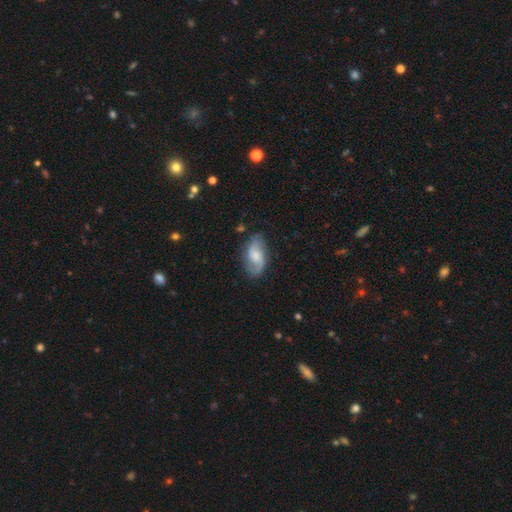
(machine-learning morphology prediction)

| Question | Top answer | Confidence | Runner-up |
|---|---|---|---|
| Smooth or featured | featured or disk | 68% | smooth (26%) |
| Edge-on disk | no | 96% | yes (4%) |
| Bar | no | 53% | weak (40%) |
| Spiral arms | yes | 93% | no (7%) |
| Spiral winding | loose | 47% | medium (39%) |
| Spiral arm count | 2 | 86% | can't tell (7%) |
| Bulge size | moderate | 45% | small (33%) |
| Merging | none | 73% | minor disturbance (19%) |